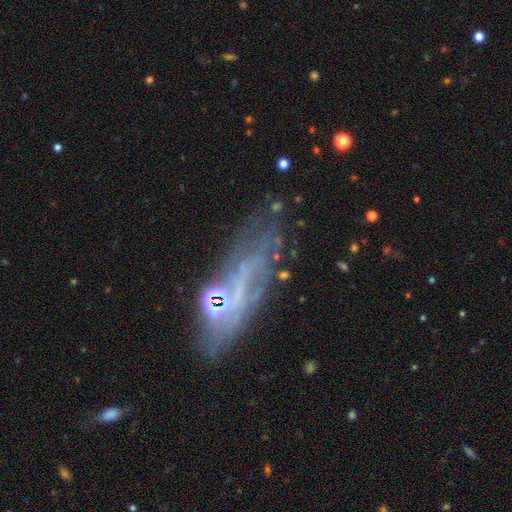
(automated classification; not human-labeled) Morphology: type=featured or disk (53%); edge-on=no (70%); merging=none (58%).